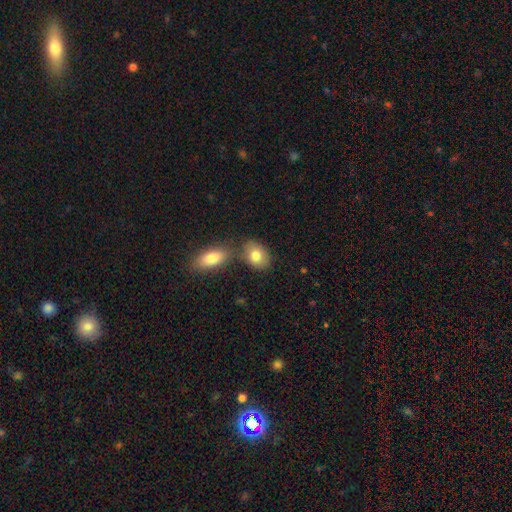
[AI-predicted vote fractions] Smooth or featured? smooth (81%)
How rounded? in between (75%)
Merging? none (57%)